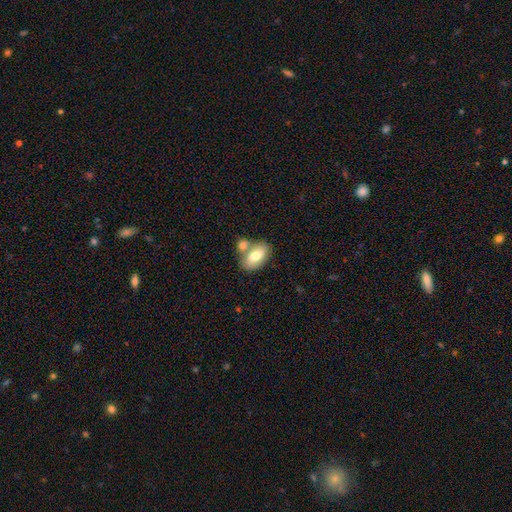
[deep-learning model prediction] Morphology: type=smooth (72%); roundness=in between (90%); merging=none (47%).